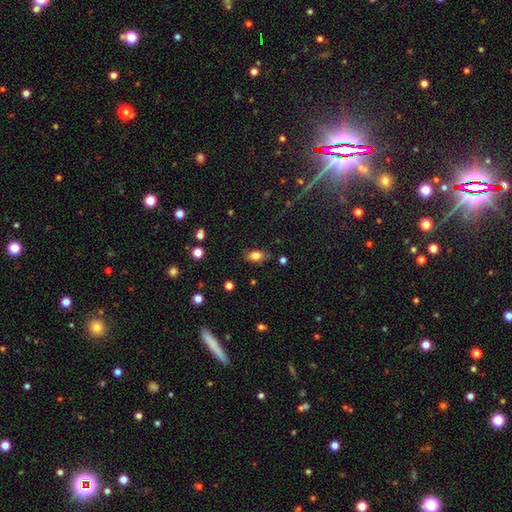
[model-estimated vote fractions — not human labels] smooth-or-featured: smooth: 79% | featured or disk: 11% | star or artifact: 10%
  how-rounded: in between: 82% | round: 14% | cigar-shaped: 4%
  merging: none: 79% | minor disturbance: 16% | major disturbance: 3% | merger: 2%